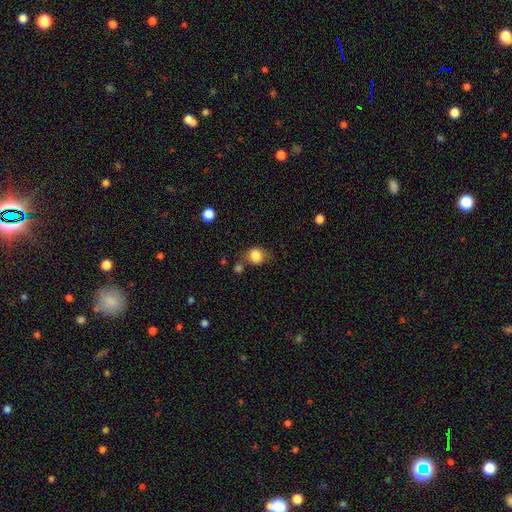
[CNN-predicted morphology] The model was most divided on "merging": none: 61%, minor disturbance: 22%, merger: 9%, major disturbance: 8%. More confident: smooth or featured — smooth (84%); how rounded — round (71%).